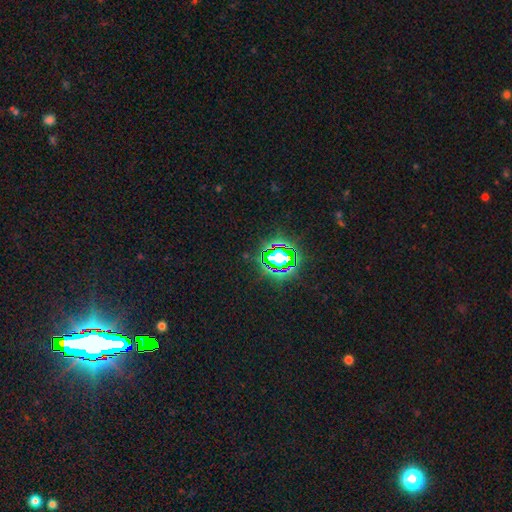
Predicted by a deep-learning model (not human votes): This is clearly a star or artifact rather than a galaxy (83%).